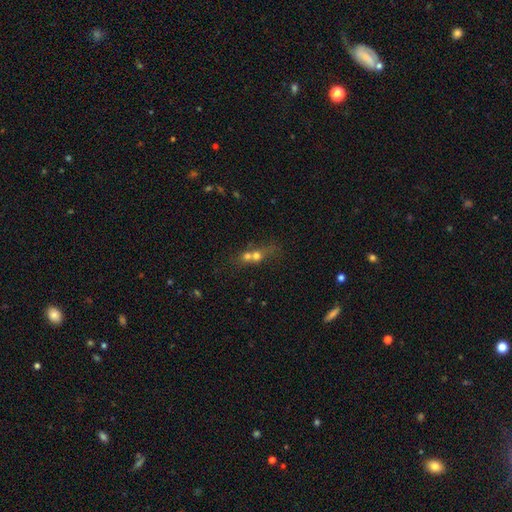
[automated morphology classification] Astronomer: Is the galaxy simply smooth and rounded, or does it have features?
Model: smooth — 56%.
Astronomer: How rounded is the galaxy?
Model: round — 64%.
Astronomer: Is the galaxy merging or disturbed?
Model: merger — 64%.